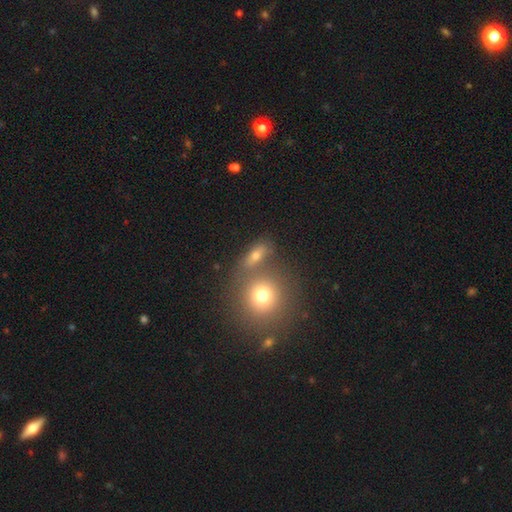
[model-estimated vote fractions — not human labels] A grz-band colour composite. It shows a smooth galaxy with no disk features (60%) that is in between round and cigar-shaped (45%). Merging: none (59%).